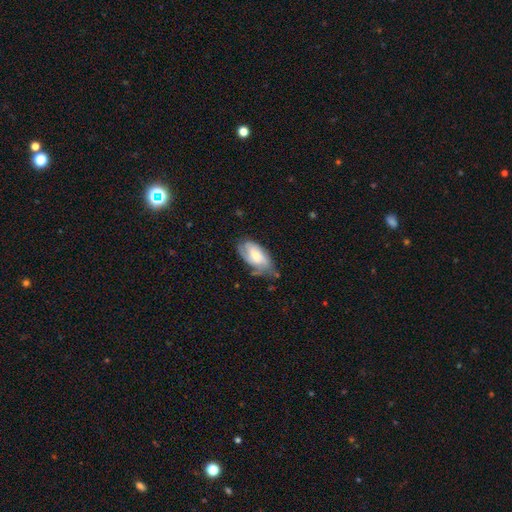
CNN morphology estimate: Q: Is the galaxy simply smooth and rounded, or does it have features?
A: featured or disk — 56%.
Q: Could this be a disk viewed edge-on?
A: no — 93%.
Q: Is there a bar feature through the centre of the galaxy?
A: no — 63%.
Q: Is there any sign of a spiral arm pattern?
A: yes — 82%.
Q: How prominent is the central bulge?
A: moderate — 51%.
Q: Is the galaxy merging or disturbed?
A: none — 52%.